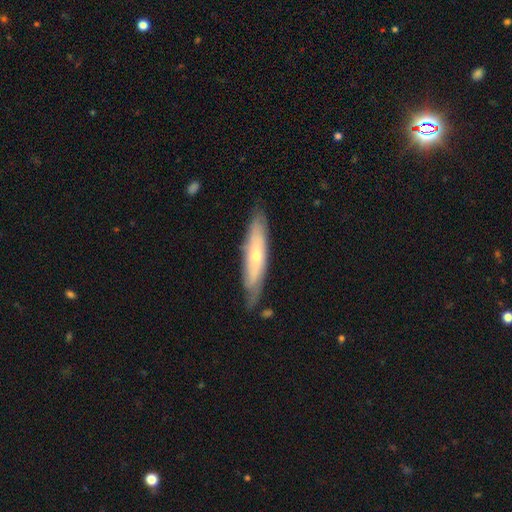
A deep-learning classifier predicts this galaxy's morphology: Smooth or featured? Predicted: featured or disk (p=0.56). Edge-on disk? Predicted: yes (p=0.56). Merging? Predicted: none (p=0.76).